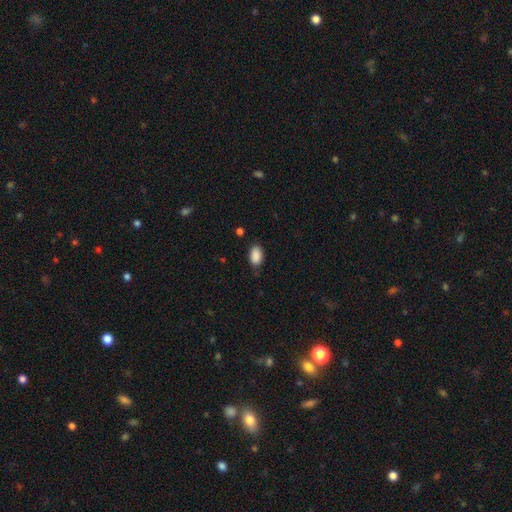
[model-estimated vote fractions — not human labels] Smooth or featured?
  - smooth: 90% *
  - star or artifact: 7%
  - featured or disk: 3%
How rounded?
  - in between: 93% *
  - round: 5%
  - cigar-shaped: 2%
Merging?
  - none: 81% *
  - minor disturbance: 14%
  - major disturbance: 3%
  - merger: 1%